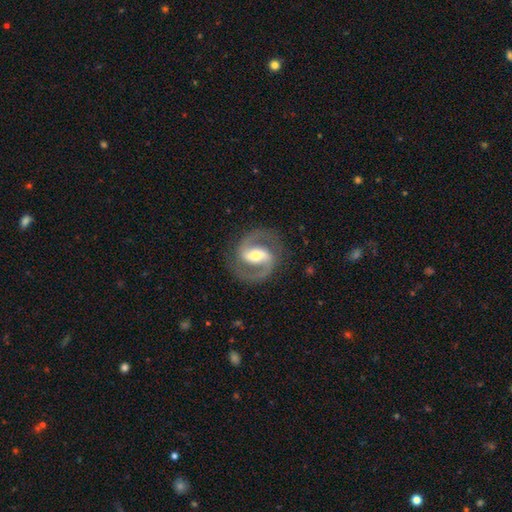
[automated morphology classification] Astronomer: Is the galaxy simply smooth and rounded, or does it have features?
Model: featured or disk — 92%.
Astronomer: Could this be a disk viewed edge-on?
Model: no — 98%.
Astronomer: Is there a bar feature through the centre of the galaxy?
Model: strong — 48% (runner-up: weak, 35%).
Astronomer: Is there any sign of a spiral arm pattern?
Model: yes — 98%.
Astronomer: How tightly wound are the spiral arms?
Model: medium — 63%.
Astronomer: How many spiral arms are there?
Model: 2 — 94%.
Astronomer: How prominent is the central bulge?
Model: moderate — 59%.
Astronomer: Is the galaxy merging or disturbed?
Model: none — 85%.